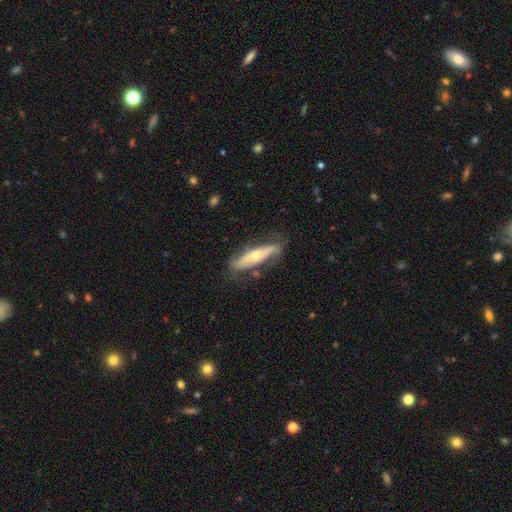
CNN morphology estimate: Smooth or featured: featured or disk — 60% (smooth — 34%)
Edge-on disk: yes — 59% (no — 41%)
Merging: none — 69% (minor disturbance — 20%)